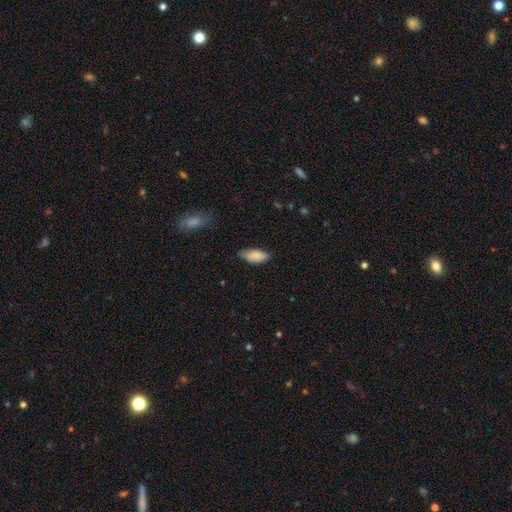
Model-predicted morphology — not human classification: smooth 85%, featured or disk 9%, star or artifact 7%. Down the decision tree: how rounded — in between (87%); merging — none (65%).